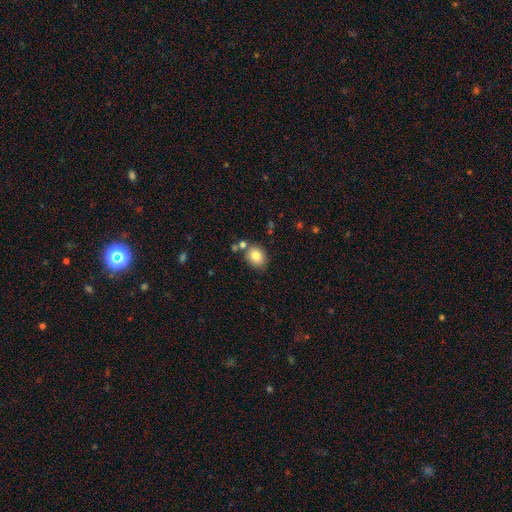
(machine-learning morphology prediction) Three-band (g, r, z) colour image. It shows a smooth galaxy with no disk features (81%) that is round (50%). Merging: none (73%).